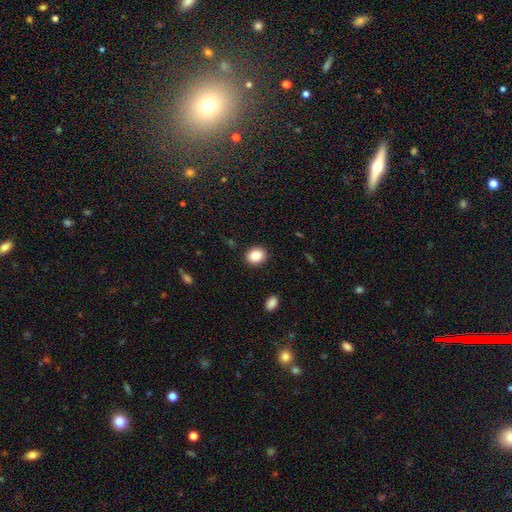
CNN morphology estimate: Smooth or featured? smooth (85%)
How rounded? round (59%)
Merging? none (91%)